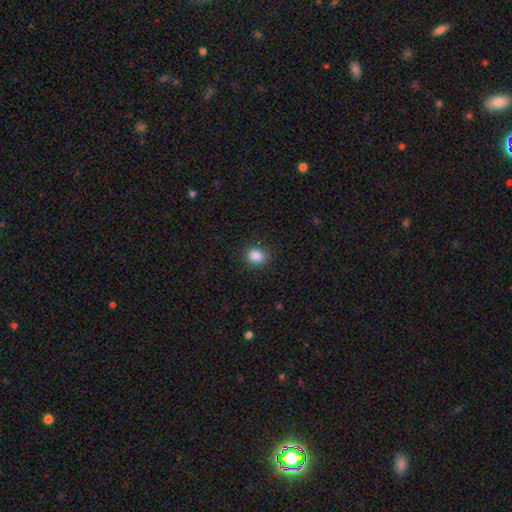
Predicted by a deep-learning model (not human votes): Smooth or featured: smooth — 87% (star or artifact — 10%)
How rounded: round — 51% (in between — 48%)
Merging: none — 89% (minor disturbance — 8%)